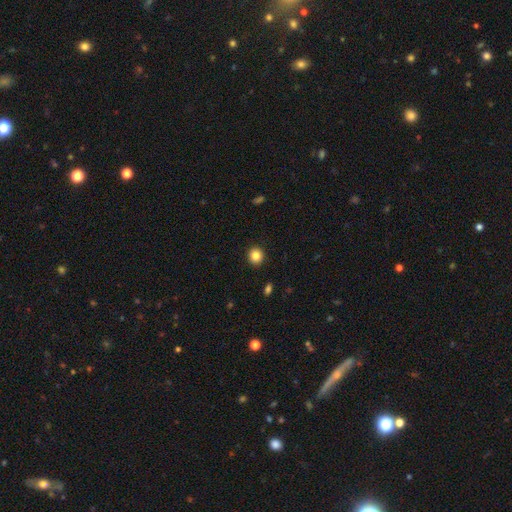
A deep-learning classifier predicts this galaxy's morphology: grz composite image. It shows a smooth galaxy with no disk features (85%) that is round (87%). Merging: none (92%).